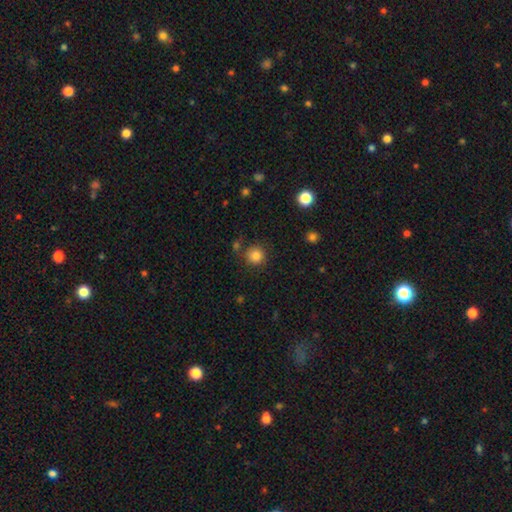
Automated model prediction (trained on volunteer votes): smooth 84%, star or artifact 11%, featured or disk 4%. Down the decision tree: how rounded — round (93%); merging — none (82%).